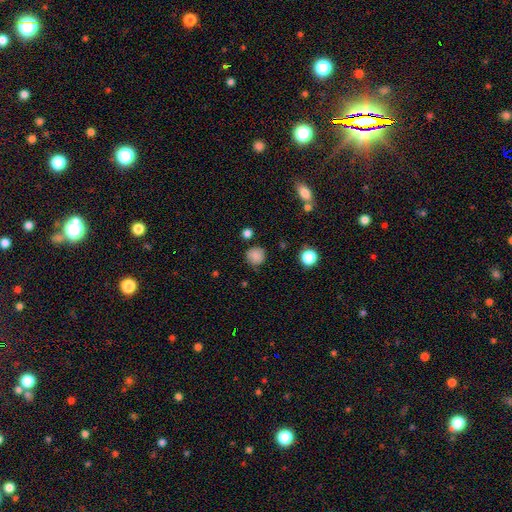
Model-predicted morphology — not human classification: Overall: smooth (84%). How rounded: round (92%). Merging: none (83%).